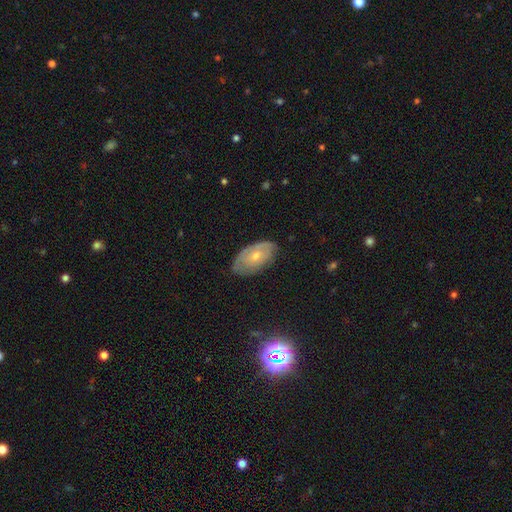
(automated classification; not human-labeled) Smooth or featured?
  - featured or disk: 55% *
  - smooth: 34%
  - star or artifact: 11%
Edge-on disk?
  - no: 89% *
  - yes: 11%
Merging?
  - none: 75% *
  - minor disturbance: 19%
  - major disturbance: 4%
  - merger: 1%